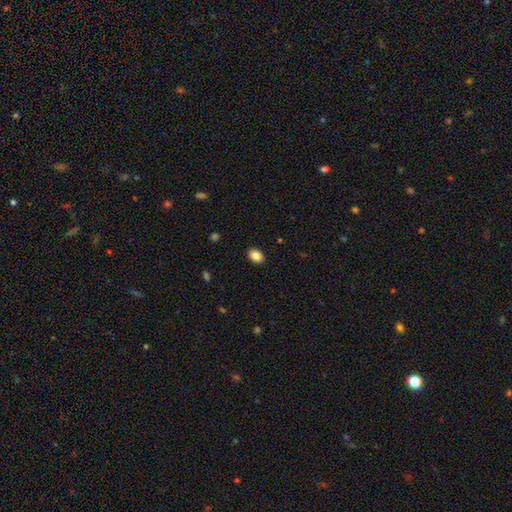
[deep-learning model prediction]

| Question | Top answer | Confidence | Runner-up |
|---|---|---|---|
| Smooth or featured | smooth | 87% | star or artifact (9%) |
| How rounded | in between | 77% | round (22%) |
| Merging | none | 89% | minor disturbance (8%) |